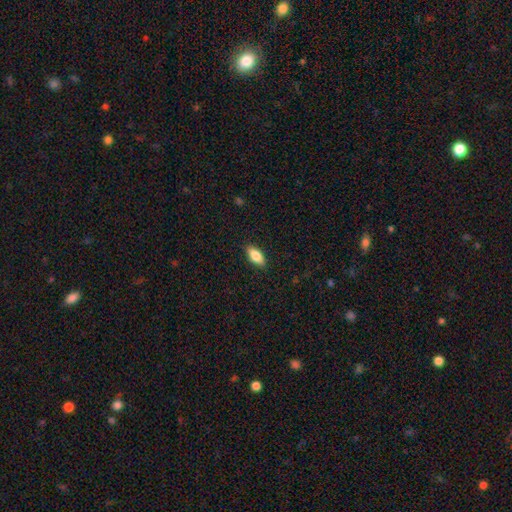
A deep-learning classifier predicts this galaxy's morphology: Overall: smooth (81%). How rounded: in between (86%). Merging: none (89%).